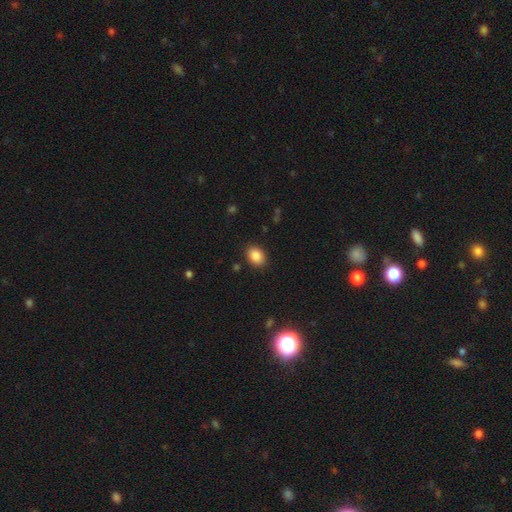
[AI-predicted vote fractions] smooth_or_featured: smooth (p=0.87) [alt: star or artifact p=0.09]
how_rounded: in between (p=0.65) [alt: round p=0.34]
merging: none (p=0.88) [alt: minor disturbance p=0.08]